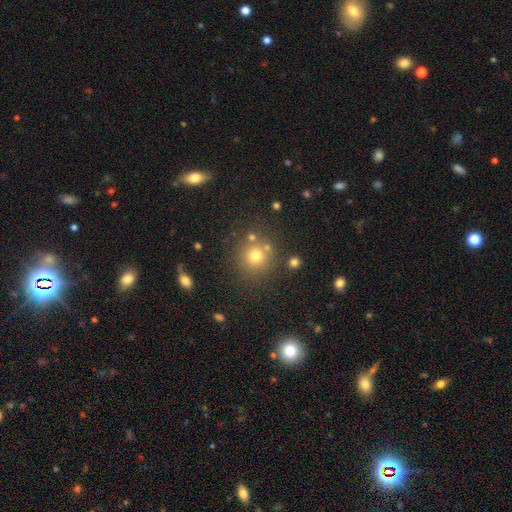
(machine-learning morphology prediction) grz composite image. It shows a smooth galaxy with no disk features (73%) that is round (91%). Merging: none (78%).